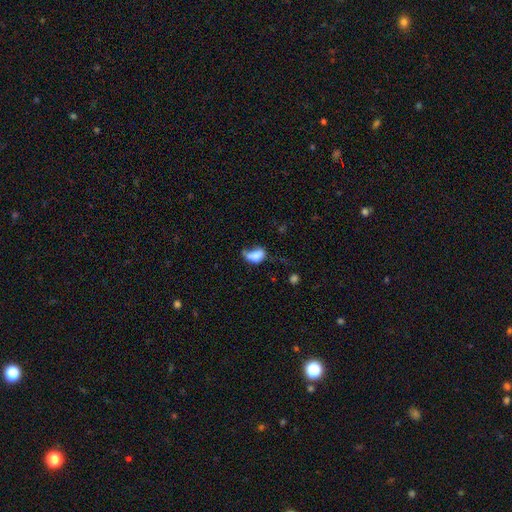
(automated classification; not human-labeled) Morphology: type=smooth (72%); roundness=in between (84%); merging=major disturbance (29%).